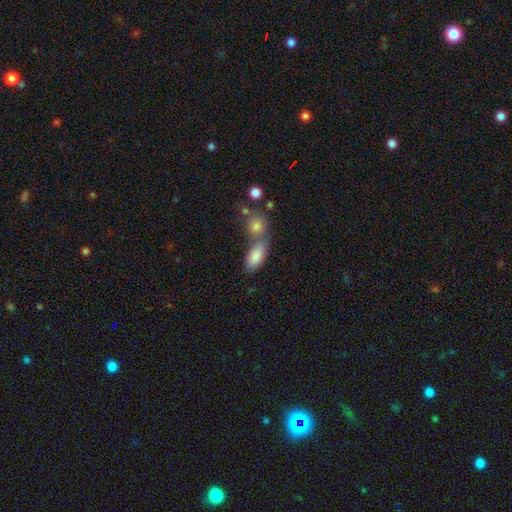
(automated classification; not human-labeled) Smooth or featured? smooth (84%)
How rounded? in between (87%)
Merging? none (42%, tied with merger)